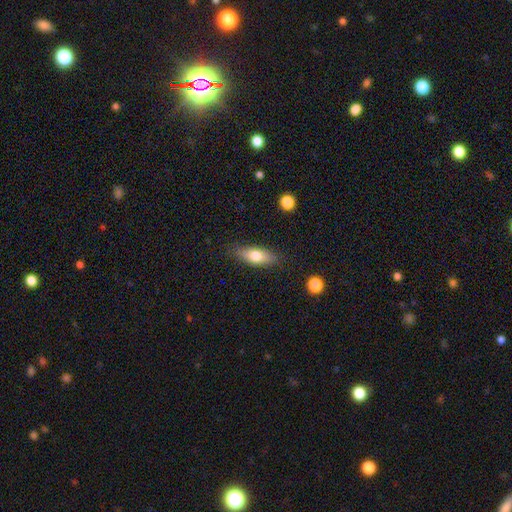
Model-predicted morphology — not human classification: smooth-or-featured: smooth: 71% | featured or disk: 22% | star or artifact: 7%
  how-rounded: in between: 70% | cigar-shaped: 26% | round: 4%
  merging: none: 83% | minor disturbance: 13% | major disturbance: 3% | merger: 1%